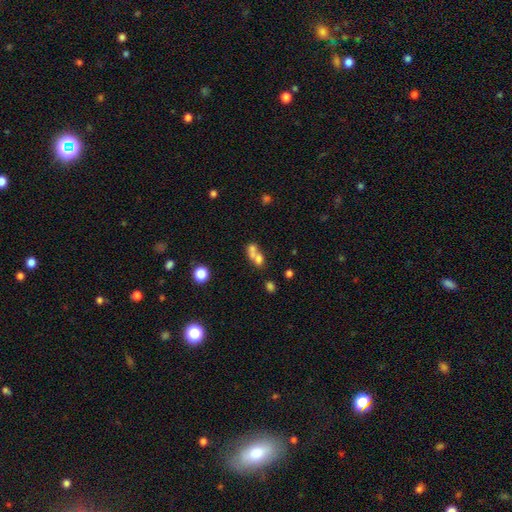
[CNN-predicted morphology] Q: Smooth or featured?
A: smooth (62%); runner-up: featured or disk (23%)
Q: How rounded?
A: round (52%); runner-up: in between (44%)
Q: Merging?
A: merger (66%); runner-up: none (23%)